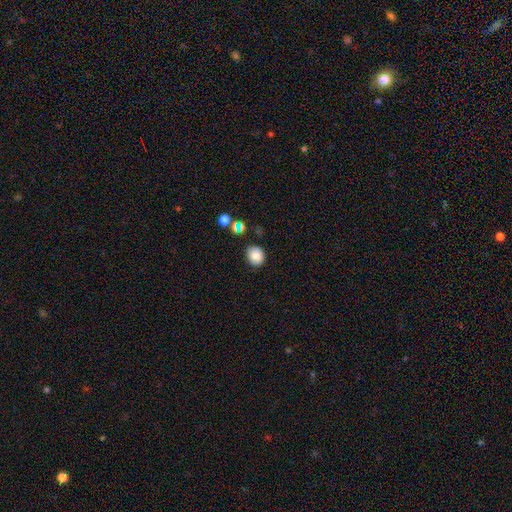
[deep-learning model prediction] This appears to be a smooth galaxy with no disk features (79%) that is round (68%). Merging: none (81%).